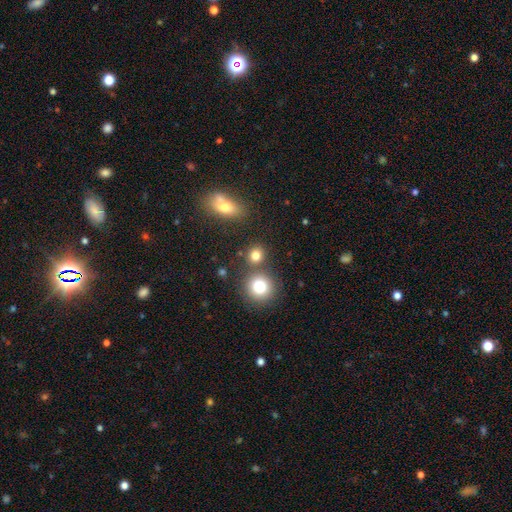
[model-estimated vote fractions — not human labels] Smooth or featured? Predicted: smooth (p=0.79). How rounded? Predicted: round (p=0.82). Merging? Predicted: none (p=0.70).